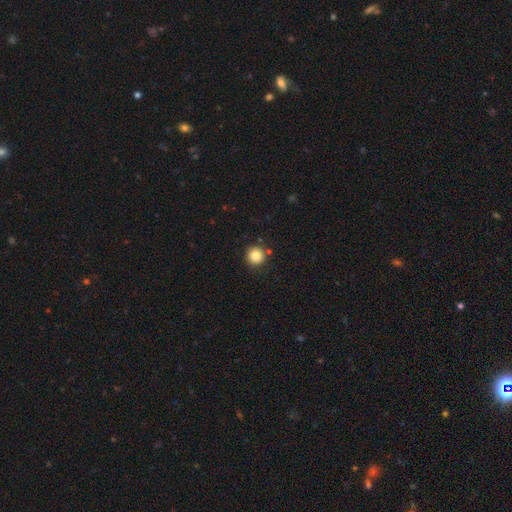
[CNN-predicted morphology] type=smooth (84%); roundness=round (95%); merging=none (87%).